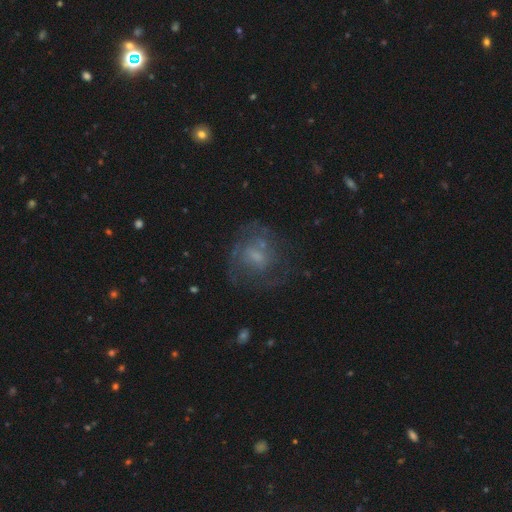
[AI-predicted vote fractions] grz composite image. It shows a featured or disk galaxy (63%) with no bar (53%), spiral arms (70%) and a small central bulge (43%). Merging: none (59%).